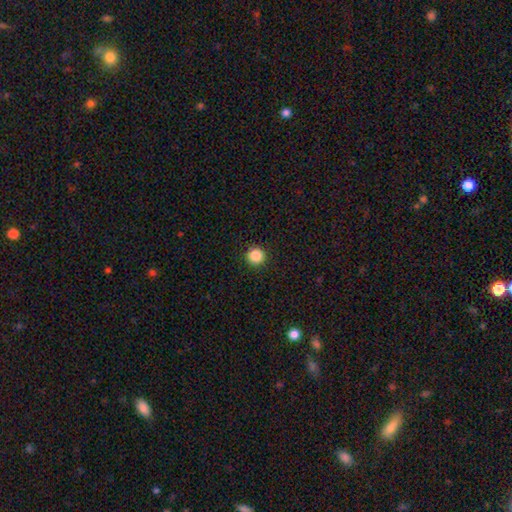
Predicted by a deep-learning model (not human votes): A smooth galaxy with no disk features (86%) that is round (96%).

Vote fractions:
- Smooth or featured? smooth: 86% / star or artifact: 11% / featured or disk: 3%
- How rounded? round: 96% / in between: 3% / cigar-shaped: 1%
- Merging? none: 93% / minor disturbance: 4% / major disturbance: 2% / merger: 1%